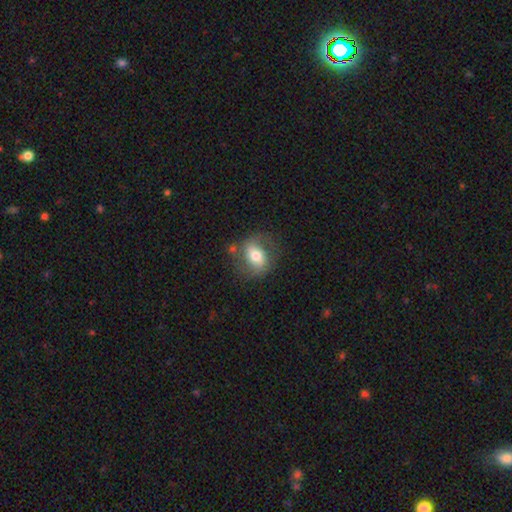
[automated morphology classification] The model was most divided on "smooth or featured": smooth: 51%, featured or disk: 42%, star or artifact: 8%. More confident: merging — none (66%); how rounded — in between (63%).